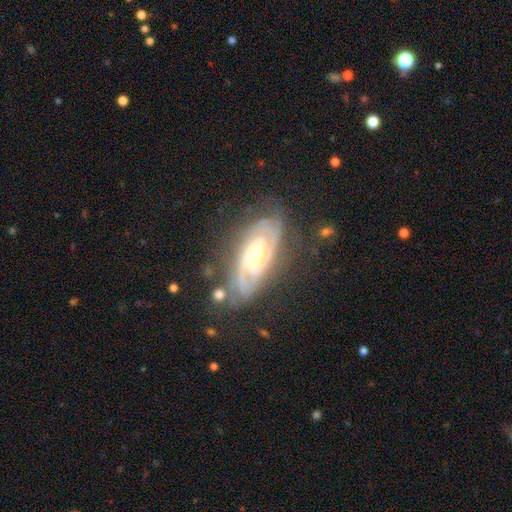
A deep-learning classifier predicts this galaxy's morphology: Smooth or featured?
  - featured or disk: 87% *
  - smooth: 8%
  - star or artifact: 6%
Edge-on disk?
  - no: 91% *
  - yes: 9%
Bar?
  - no: 54% *
  - weak: 33%
  - strong: 13%
Spiral arms?
  - yes: 96% *
  - no: 4%
Spiral winding?
  - tight: 71% *
  - medium: 24%
  - loose: 5%
Spiral arm count?
  - 2: 47% *
  - can't tell: 24%
  - 3: 17%
  - 4: 5%
  - 1: 4%
  - more than 4: 4%
Bulge size?
  - moderate: 64% *
  - small: 30%
  - large: 5%
  - none: 1%
  - dominant: 1%
Merging?
  - none: 74% *
  - minor disturbance: 18%
  - major disturbance: 6%
  - merger: 3%